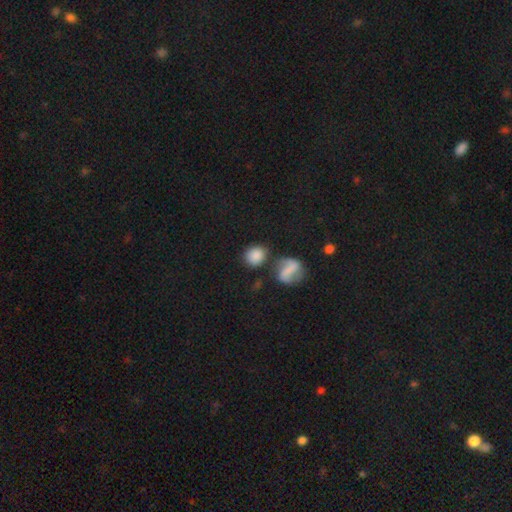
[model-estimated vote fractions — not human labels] Smooth or featured?
  - smooth: 82% *
  - star or artifact: 9%
  - featured or disk: 9%
How rounded?
  - round: 74% *
  - in between: 25%
  - cigar-shaped: 2%
Merging?
  - none: 64% *
  - merger: 17%
  - minor disturbance: 14%
  - major disturbance: 6%